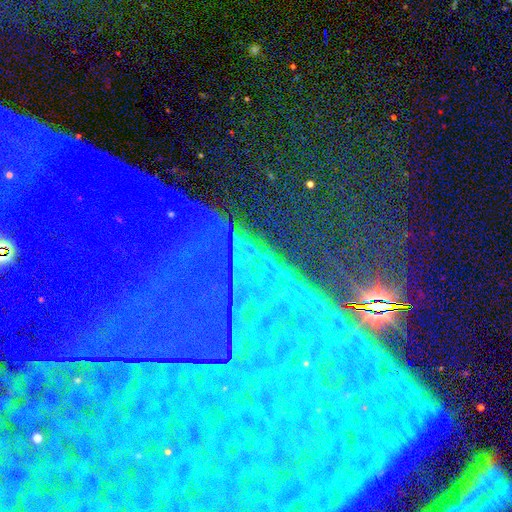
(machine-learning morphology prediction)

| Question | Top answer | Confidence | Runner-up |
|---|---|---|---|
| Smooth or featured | star or artifact | 87% | featured or disk (7%) |